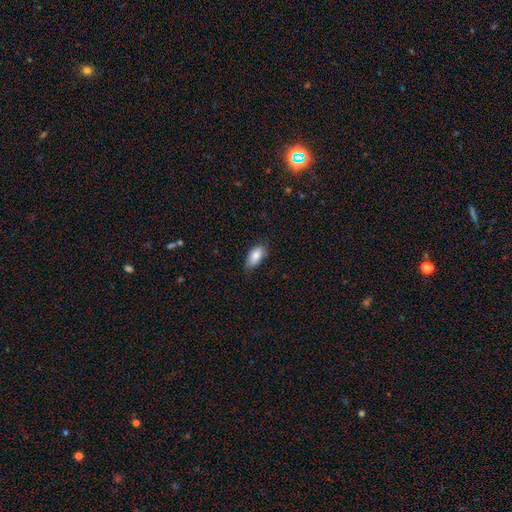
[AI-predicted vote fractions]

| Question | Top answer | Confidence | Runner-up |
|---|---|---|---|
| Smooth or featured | smooth | 83% | featured or disk (10%) |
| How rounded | in between | 91% | cigar-shaped (6%) |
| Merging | none | 75% | minor disturbance (21%) |